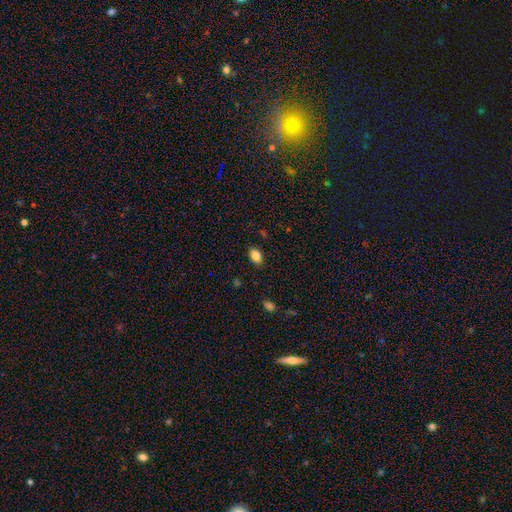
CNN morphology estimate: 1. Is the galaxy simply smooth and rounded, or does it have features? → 85% smooth, 9% star or artifact, 6% featured or disk.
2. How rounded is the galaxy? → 84% in between, 15% round, 1% cigar-shaped.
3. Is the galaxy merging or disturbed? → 86% none, 11% minor disturbance, 3% major disturbance, 1% merger.